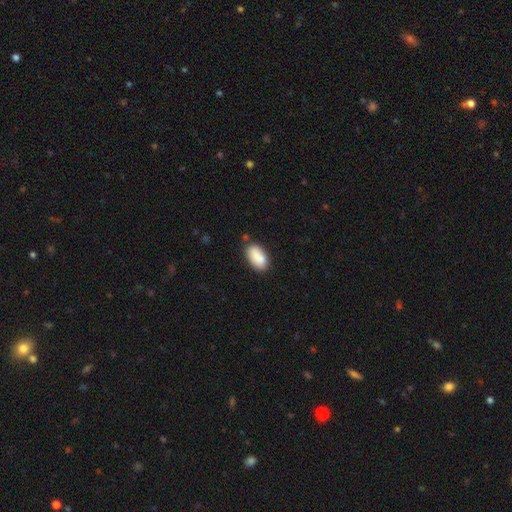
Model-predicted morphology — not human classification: Smooth or featured? Predicted: smooth (p=0.86). How rounded? Predicted: in between (p=0.93). Merging? Predicted: none (p=0.73).